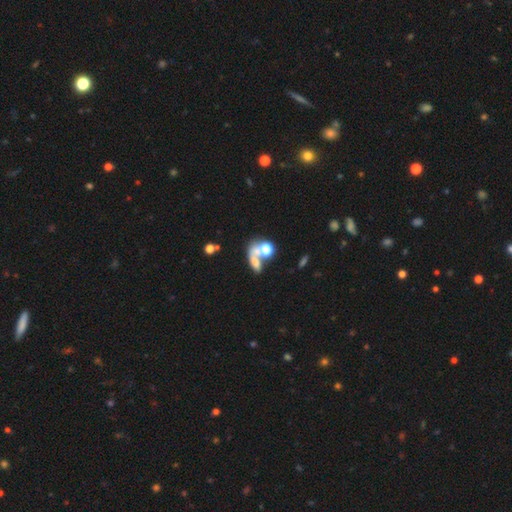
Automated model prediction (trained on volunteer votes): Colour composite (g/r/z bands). It shows a smooth galaxy with no disk features (56%) that is in between round and cigar-shaped (61%). Merging: merger (53%).